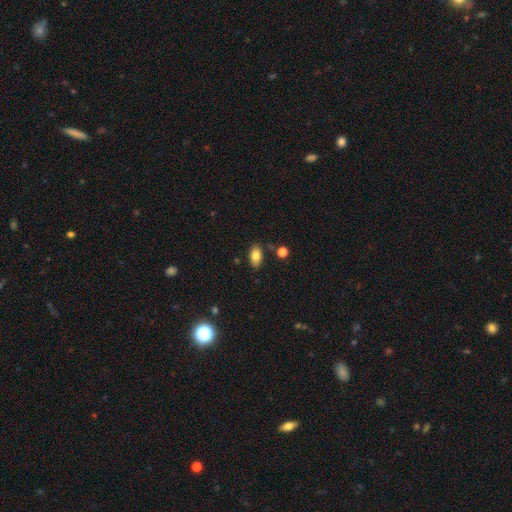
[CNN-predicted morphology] Smooth or featured? Predicted: smooth (p=0.81). How rounded? Predicted: in between (p=0.91). Merging? Predicted: none (p=0.80).